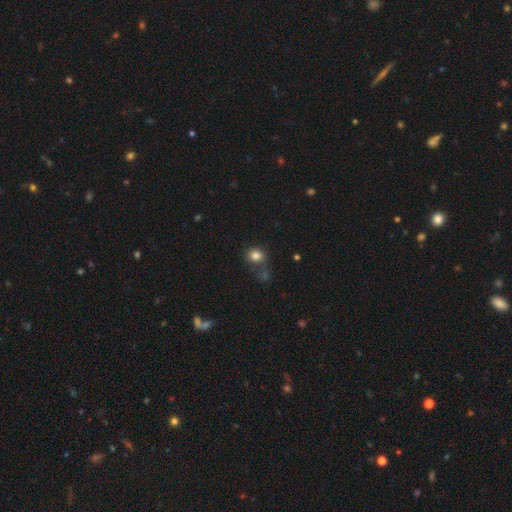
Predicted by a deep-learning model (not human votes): The model was most divided on "how rounded": round: 67%, in between: 32%, cigar-shaped: 1%. More confident: smooth or featured — smooth (82%); merging — none (61%).